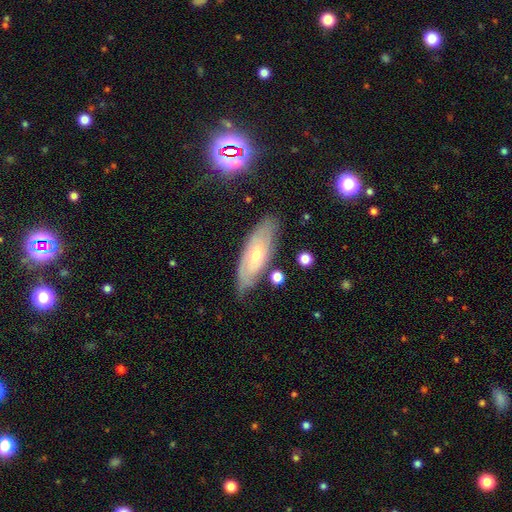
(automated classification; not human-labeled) The model was most divided on "smooth or featured": featured or disk: 64%, smooth: 28%, star or artifact: 8%. More confident: edge-on disk — no (77%); merging — none (75%).